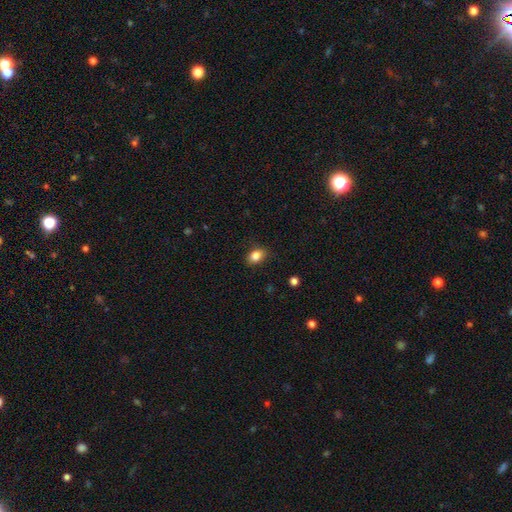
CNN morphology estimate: A smooth galaxy with no disk features (85%) that is in between round and cigar-shaped (74%). Merging: none (85%).